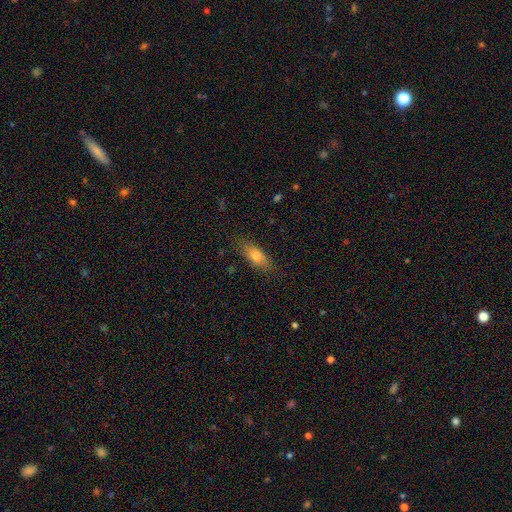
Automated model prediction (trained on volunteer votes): Overall: smooth (74%). How rounded: in between (68%; cigar-shaped 29%). Merging: none (83%).